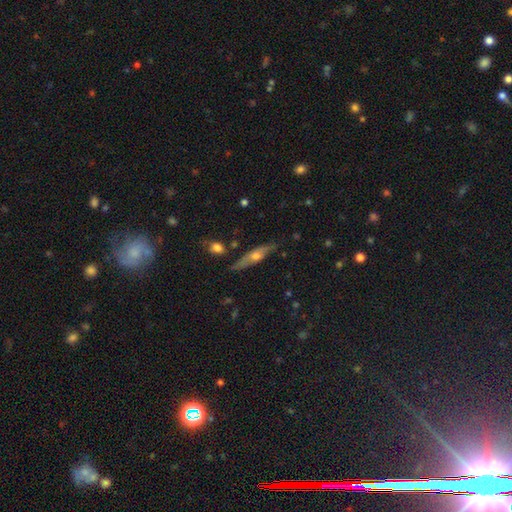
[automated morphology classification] Smooth or featured? featured or disk (60%)
Edge-on disk? yes (87%)
Edge-on bulge? rounded (90%)
Merging? none (78%)